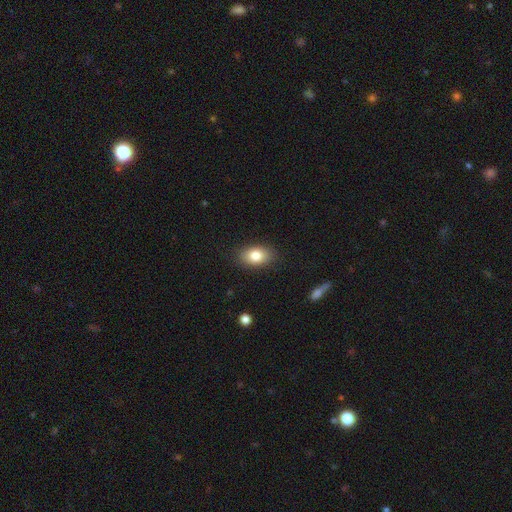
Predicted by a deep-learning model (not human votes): smooth-or-featured: smooth: 81% | featured or disk: 11% | star or artifact: 8%
  how-rounded: in between: 86% | round: 13% | cigar-shaped: 2%
  merging: none: 87% | minor disturbance: 10% | major disturbance: 3% | merger: 1%